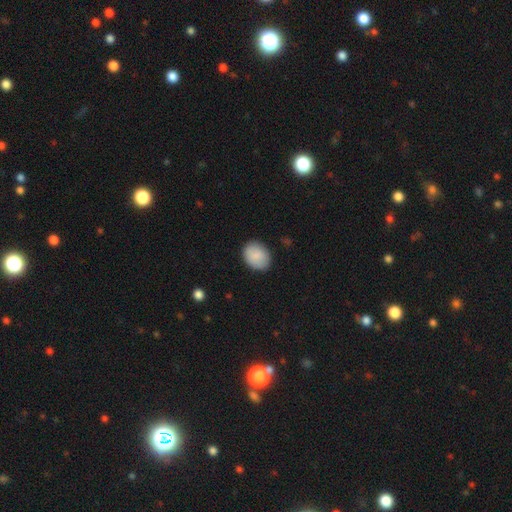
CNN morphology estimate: Smooth or featured?
  - smooth: 88% *
  - star or artifact: 6%
  - featured or disk: 6%
How rounded?
  - in between: 61% *
  - round: 38%
  - cigar-shaped: 1%
Merging?
  - none: 84% *
  - minor disturbance: 12%
  - major disturbance: 3%
  - merger: 1%